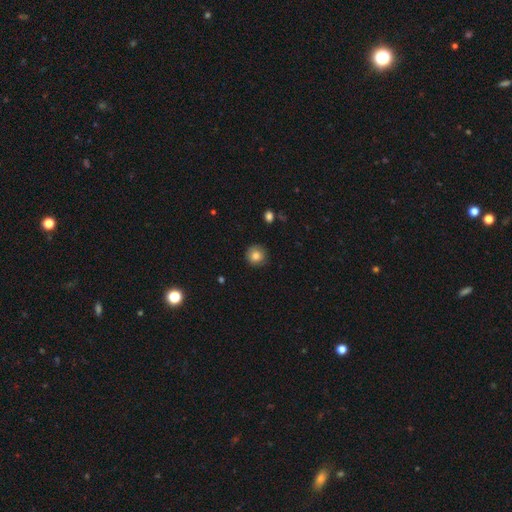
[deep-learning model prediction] Smooth or featured? Predicted: smooth (p=0.83). How rounded? Predicted: round (p=0.92). Merging? Predicted: none (p=0.85).